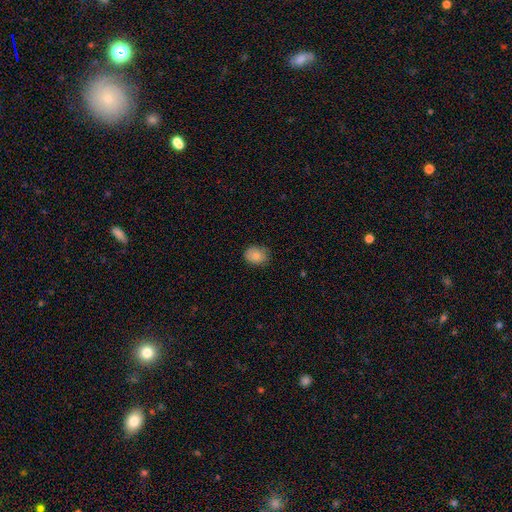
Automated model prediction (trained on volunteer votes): Overall: smooth (83%). How rounded: in between (51%; round 48%). Merging: none (80%).